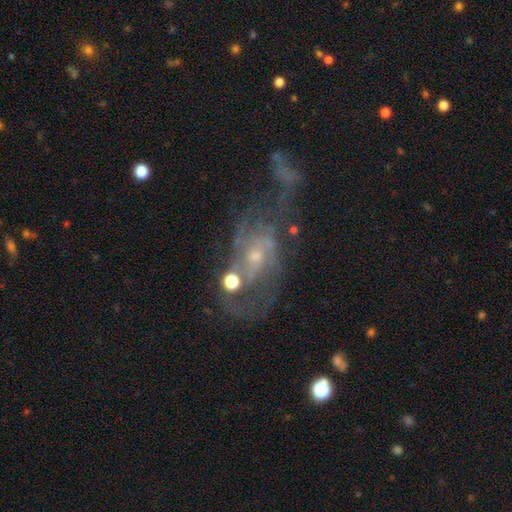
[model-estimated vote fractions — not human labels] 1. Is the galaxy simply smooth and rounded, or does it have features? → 78% featured or disk, 12% smooth, 10% star or artifact.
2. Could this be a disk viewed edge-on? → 96% no, 4% yes.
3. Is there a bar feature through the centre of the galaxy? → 63% no, 30% weak, 7% strong.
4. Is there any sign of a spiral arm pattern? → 84% yes, 16% no.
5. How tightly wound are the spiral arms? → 43% medium, 34% tight, 23% loose.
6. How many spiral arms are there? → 43% 2, 32% can't tell, 10% 3, 6% 1, 5% 4, 4% more than 4.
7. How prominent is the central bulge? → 64% small, 29% moderate, 4% none, 2% large, 1% dominant.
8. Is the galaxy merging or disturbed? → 37% none, 27% major disturbance, 19% minor disturbance, 17% merger.